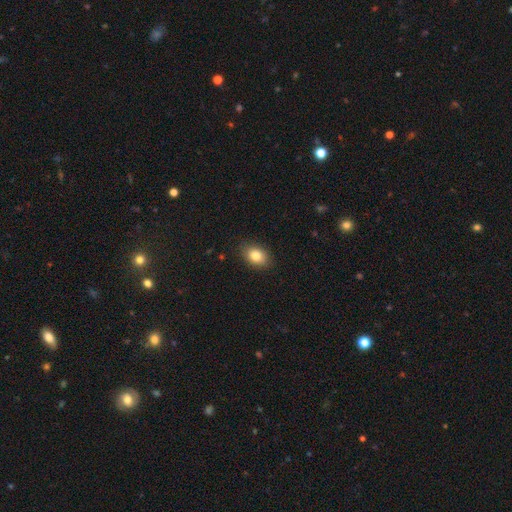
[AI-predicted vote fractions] Smooth or featured: smooth — 83% (star or artifact — 9%)
How rounded: in between — 80% (round — 19%)
Merging: none — 86% (minor disturbance — 10%)